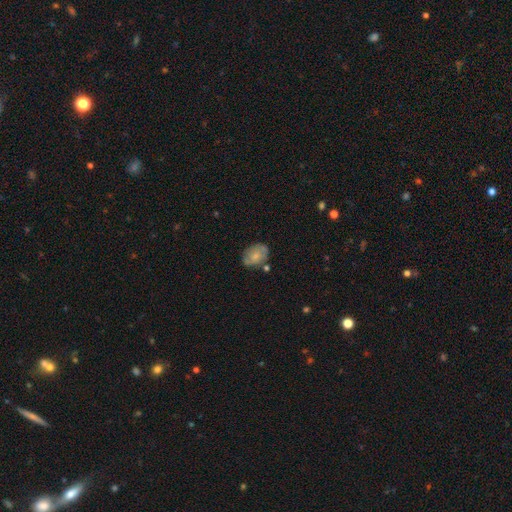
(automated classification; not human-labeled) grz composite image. It shows a smooth galaxy with no disk features (63%) that is in between round and cigar-shaped (77%). Merging: none (63%).